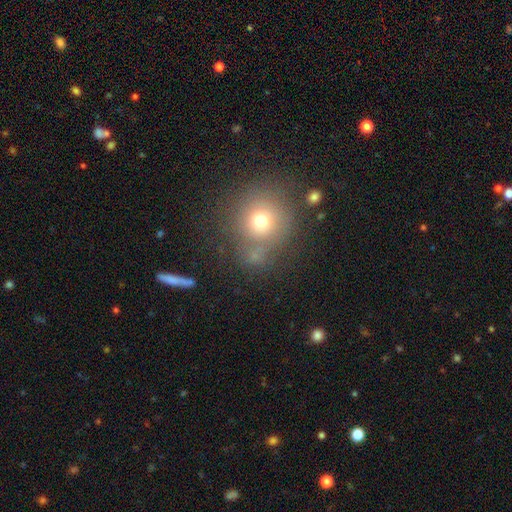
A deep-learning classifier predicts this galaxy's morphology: This appears to be a smooth galaxy with no disk features (67%) that is round (84%). Merging: none (67%).